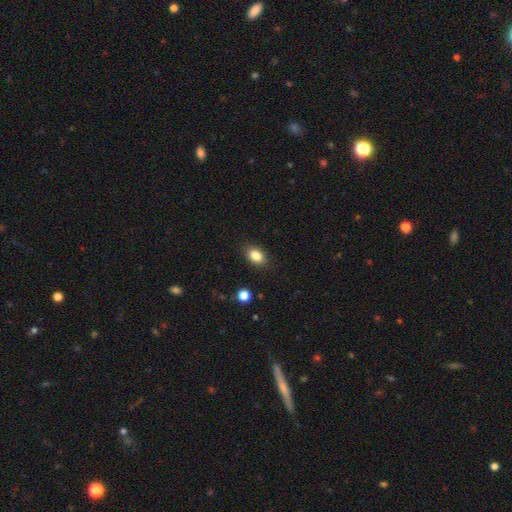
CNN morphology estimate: smooth_or_featured: smooth (p=0.85) [alt: star or artifact p=0.09]
how_rounded: in between (p=0.84) [alt: round p=0.15]
merging: none (p=0.87) [alt: minor disturbance p=0.09]